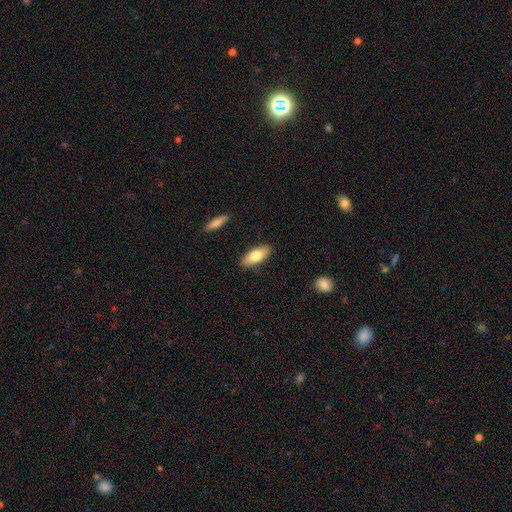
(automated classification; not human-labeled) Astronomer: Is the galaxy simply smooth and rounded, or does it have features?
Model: smooth — 72%.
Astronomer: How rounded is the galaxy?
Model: in between — 79%.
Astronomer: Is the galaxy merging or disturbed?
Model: none — 88%.